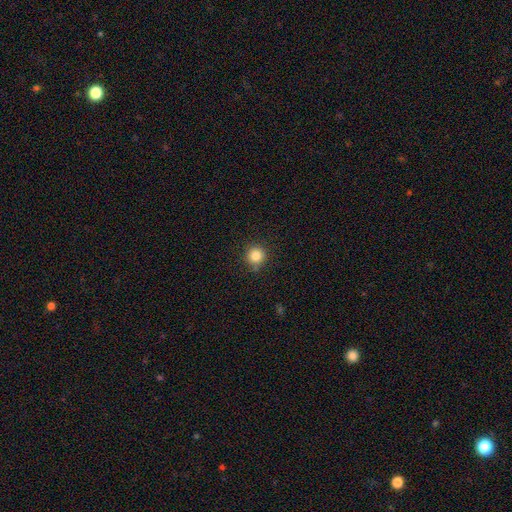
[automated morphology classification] type=smooth (84%); roundness=round (93%); merging=none (86%).